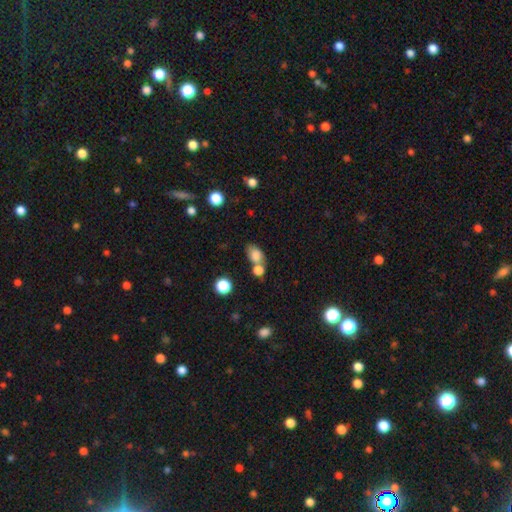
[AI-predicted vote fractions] smooth-or-featured: smooth: 81% | star or artifact: 10% | featured or disk: 9%
  how-rounded: in between: 79% | round: 19% | cigar-shaped: 2%
  merging: none: 42% | merger: 38% | minor disturbance: 13% | major disturbance: 6%